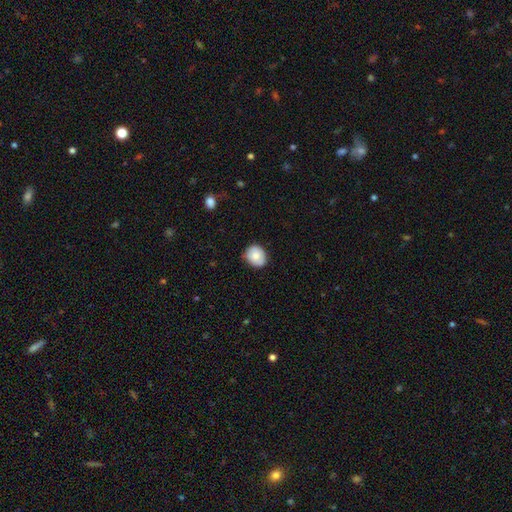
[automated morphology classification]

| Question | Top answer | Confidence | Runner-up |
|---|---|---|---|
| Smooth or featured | smooth | 80% | featured or disk (12%) |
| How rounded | round | 65% | in between (34%) |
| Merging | none | 80% | minor disturbance (16%) |